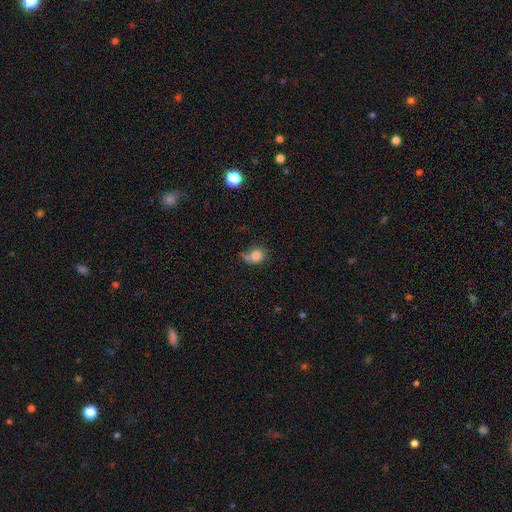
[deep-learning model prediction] This is clearly a smooth galaxy (81%). How rounded: likely round (70%). Merging: possibly none (49%).